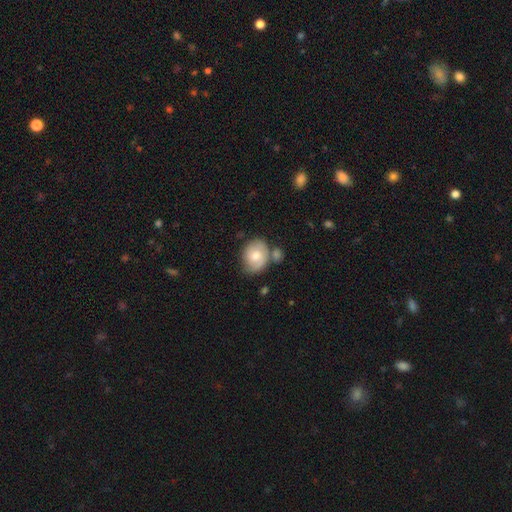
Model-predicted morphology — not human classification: The model was most divided on "how rounded": round: 55%, in between: 44%, cigar-shaped: 1%. More confident: smooth or featured — smooth (56%); merging — none (52%).